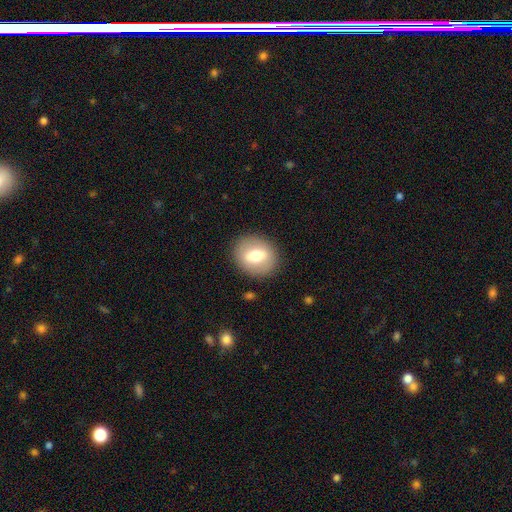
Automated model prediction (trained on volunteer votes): Smooth or featured? smooth (61%)
How rounded? round (64%)
Merging? none (87%)